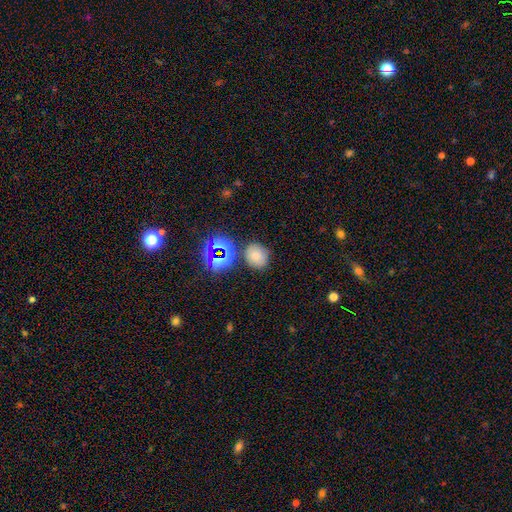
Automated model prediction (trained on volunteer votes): A smooth galaxy with no disk features (67%) that is round (66%).

Vote fractions:
- Smooth or featured? smooth: 67% / star or artifact: 23% / featured or disk: 10%
- How rounded? round: 66% / in between: 33% / cigar-shaped: 1%
- Merging? none: 76% / minor disturbance: 13% / merger: 7% / major disturbance: 4%